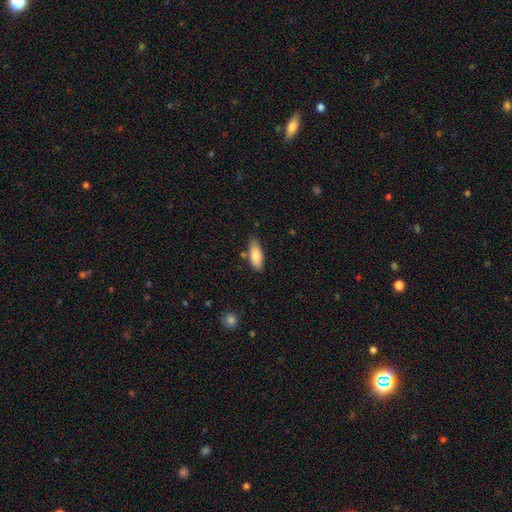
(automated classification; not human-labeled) Smooth or featured: smooth — 82% (featured or disk — 11%)
How rounded: in between — 69% (cigar-shaped — 29%)
Merging: none — 75% (minor disturbance — 17%)